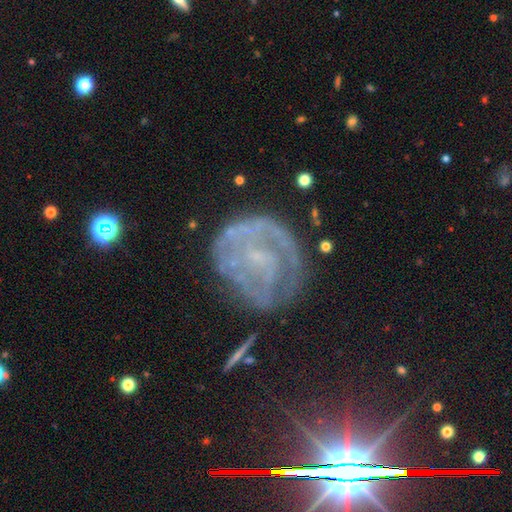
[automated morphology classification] The model was most divided on "bulge size": small: 47%, none: 41%, moderate: 9%, large: 2%, dominant: 1%. Remaining: edge-on disk — no (97%); spiral arms — yes (73%); smooth or featured — featured or disk (73%); bar — no (65%); merging — none (59%); spiral winding — tight (59%); spiral arm count — can't tell (41%).